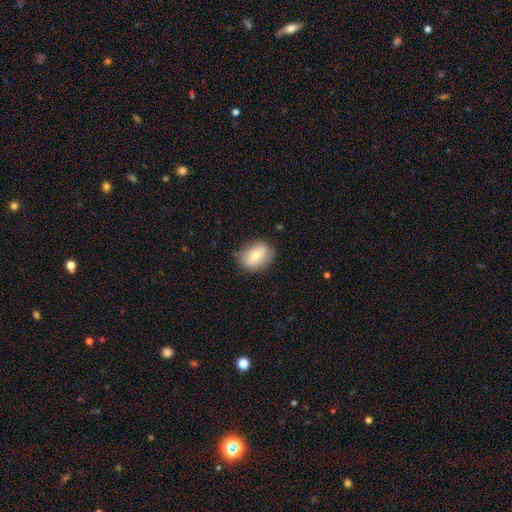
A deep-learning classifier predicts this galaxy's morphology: Smooth or featured? Predicted: smooth (p=0.67). How rounded? Predicted: in between (p=0.59). Merging? Predicted: none (p=0.82).